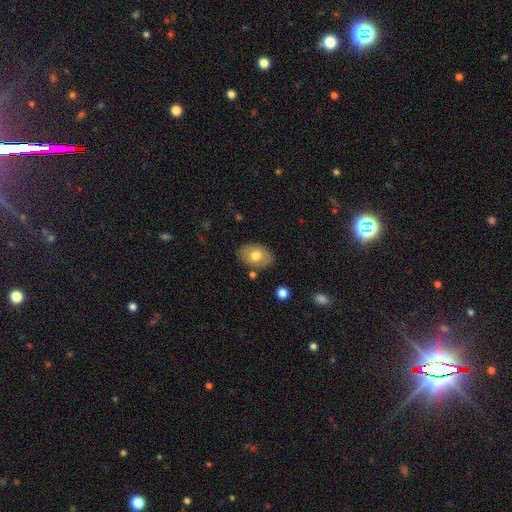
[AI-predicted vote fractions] Morphology: type=smooth (73%); roundness=in between (81%); merging=none (82%).